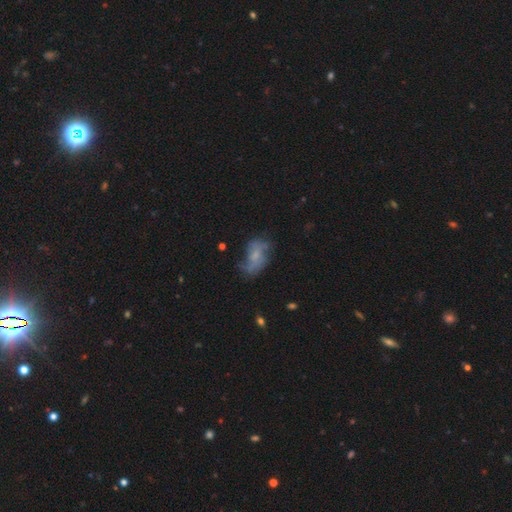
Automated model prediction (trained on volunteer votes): Smooth or featured?
  - featured or disk: 55% *
  - smooth: 35%
  - star or artifact: 10%
Edge-on disk?
  - no: 96% *
  - yes: 4%
Bar?
  - no: 66% *
  - weak: 29%
  - strong: 6%
Spiral arms?
  - yes: 71% *
  - no: 29%
Bulge size?
  - small: 53% *
  - moderate: 23%
  - none: 20%
  - large: 3%
  - dominant: 1%
Merging?
  - none: 44% *
  - minor disturbance: 28%
  - major disturbance: 25%
  - merger: 3%